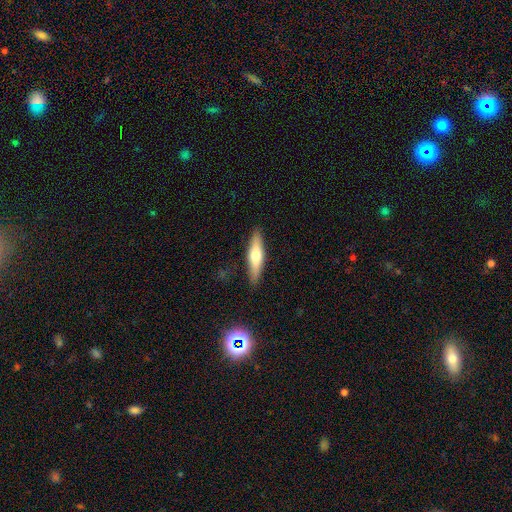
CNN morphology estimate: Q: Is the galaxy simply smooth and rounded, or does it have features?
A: smooth — 57%.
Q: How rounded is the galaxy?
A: cigar-shaped — 71%.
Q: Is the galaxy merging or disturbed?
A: none — 86%.